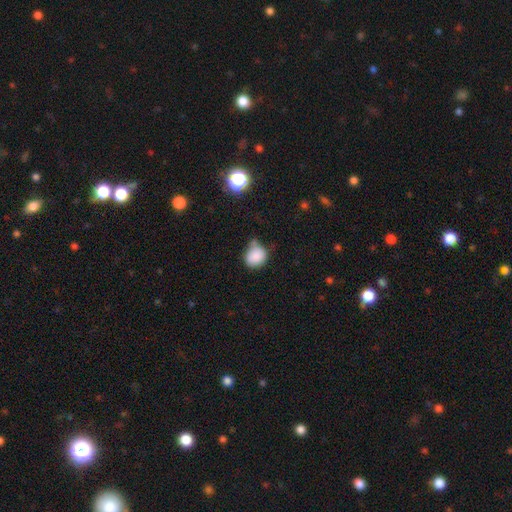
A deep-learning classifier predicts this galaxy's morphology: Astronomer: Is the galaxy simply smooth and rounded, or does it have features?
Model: smooth — 84%.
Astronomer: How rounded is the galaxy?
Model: round — 68%.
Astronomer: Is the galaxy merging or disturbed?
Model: none — 47% (runner-up: minor disturbance, 34%).